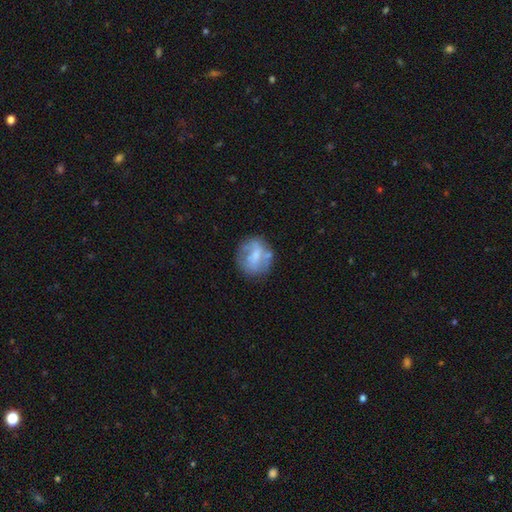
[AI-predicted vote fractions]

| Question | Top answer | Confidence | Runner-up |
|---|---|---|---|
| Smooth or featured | smooth | 47% | featured or disk (45%) |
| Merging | none | 59% | minor disturbance (21%) |